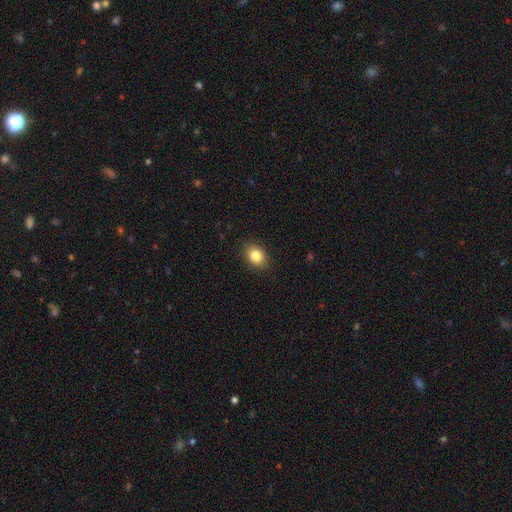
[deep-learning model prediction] Smooth or featured? Predicted: smooth (p=0.85). How rounded? Predicted: in between (p=0.58). Merging? Predicted: none (p=0.89).